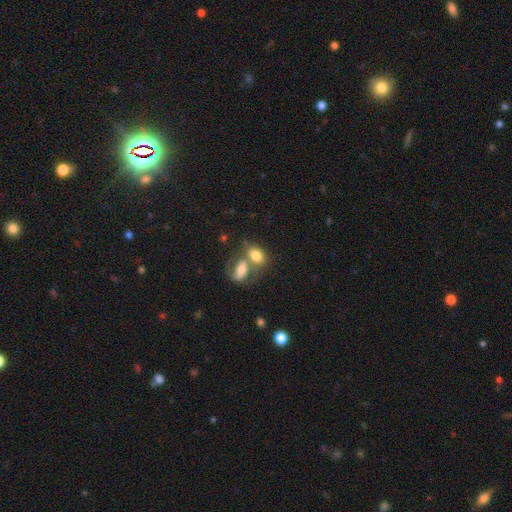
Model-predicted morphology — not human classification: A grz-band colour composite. It shows a smooth galaxy with no disk features (75%) that is in between round and cigar-shaped (81%). Merging: merger (60%).